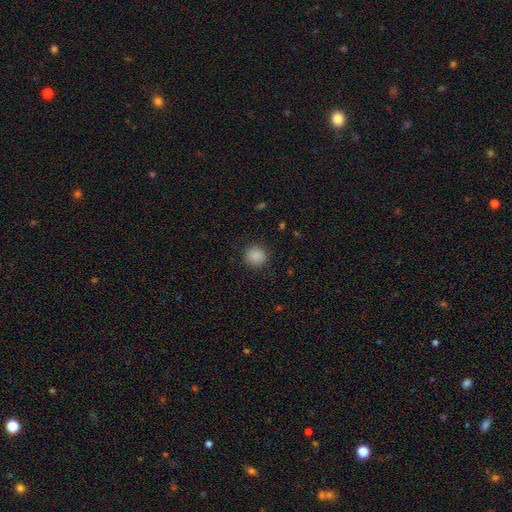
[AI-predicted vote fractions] A smooth galaxy with no disk features (87%) that is round (89%). Merging: none (89%).